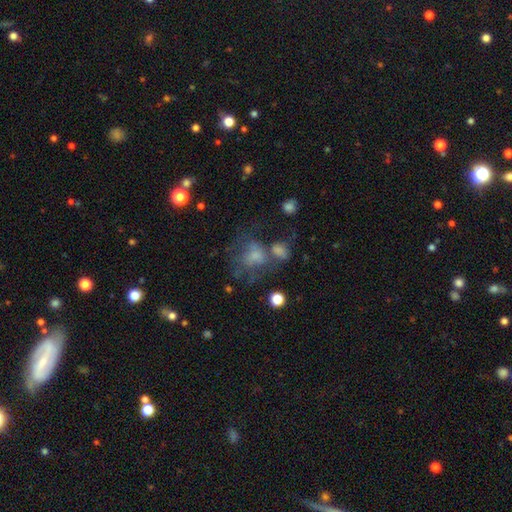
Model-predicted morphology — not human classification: Q: Smooth or featured?
A: smooth (47%); runner-up: featured or disk (35%)
Q: Merging?
A: none (33%); runner-up: merger (27%)